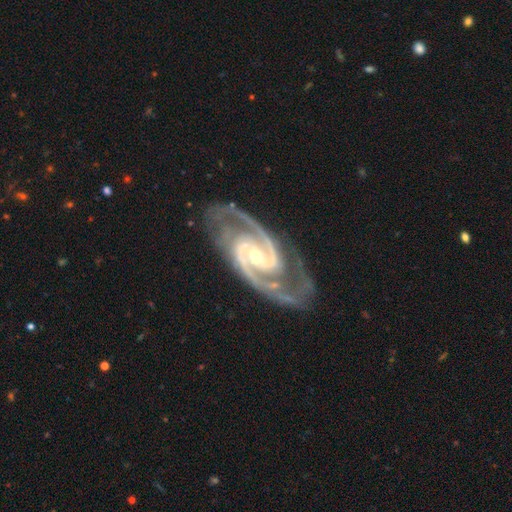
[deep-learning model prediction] Q: Smooth or featured?
A: featured or disk (94%); runner-up: star or artifact (4%)
Q: Edge-on disk?
A: no (97%); runner-up: yes (3%)
Q: Bar?
A: weak (36%); runner-up: strong (35%)
Q: Spiral arms?
A: yes (99%); runner-up: no (1%)
Q: Spiral winding?
A: medium (56%); runner-up: tight (37%)
Q: Spiral arm count?
A: 2 (87%); runner-up: 3 (6%)
Q: Bulge size?
A: small (59%); runner-up: moderate (37%)
Q: Merging?
A: none (75%); runner-up: minor disturbance (16%)